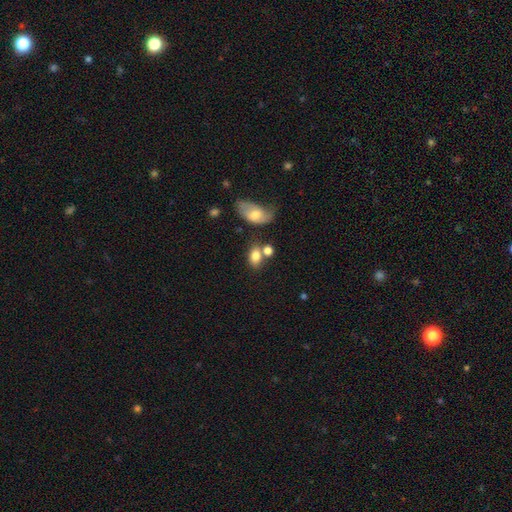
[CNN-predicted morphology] Overall: smooth (79%). How rounded: in between (78%). Merging: none (46%; merger 32%).